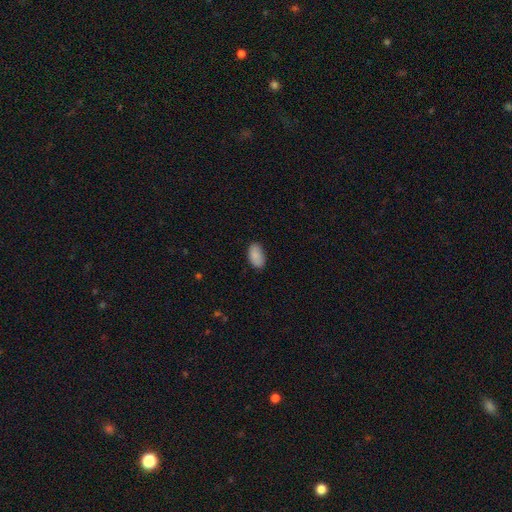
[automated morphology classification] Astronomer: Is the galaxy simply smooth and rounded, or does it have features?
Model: smooth — 89%.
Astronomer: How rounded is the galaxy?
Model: in between — 94%.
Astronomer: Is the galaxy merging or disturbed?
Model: none — 83%.